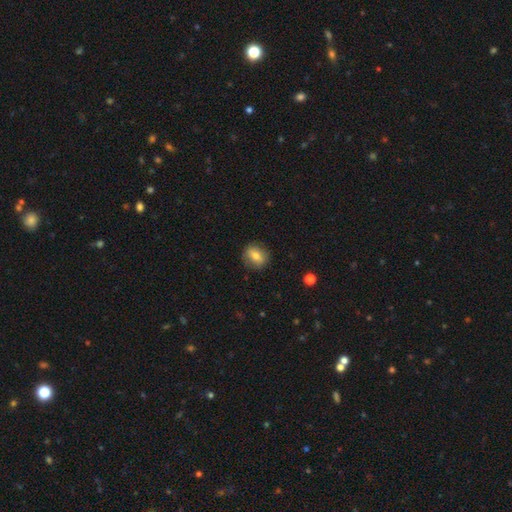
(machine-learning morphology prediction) This appears to be a smooth galaxy with no disk features (63%) that is round (65%). Merging: none (86%).